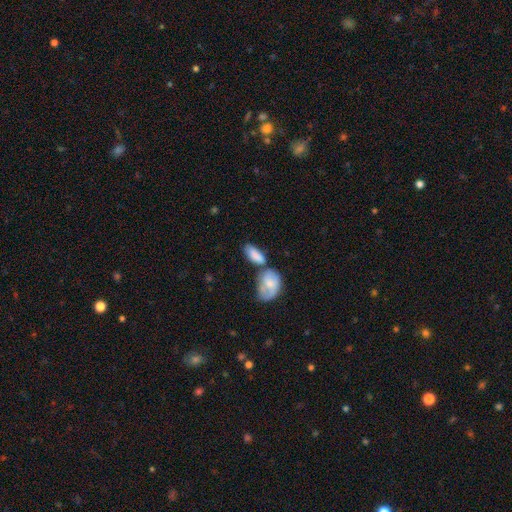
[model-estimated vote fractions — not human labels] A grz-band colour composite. It shows a smooth galaxy with no disk features (79%) that is in between round and cigar-shaped (85%). Merging: merger (40%).